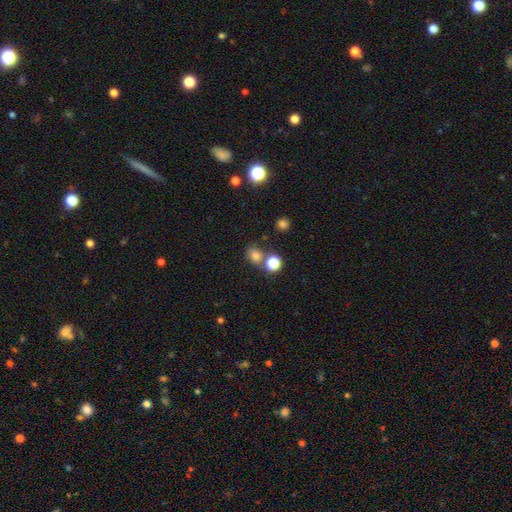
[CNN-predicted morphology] This is likely a smooth galaxy (75%). How rounded: possibly round (57%). Merging: likely none (61%).